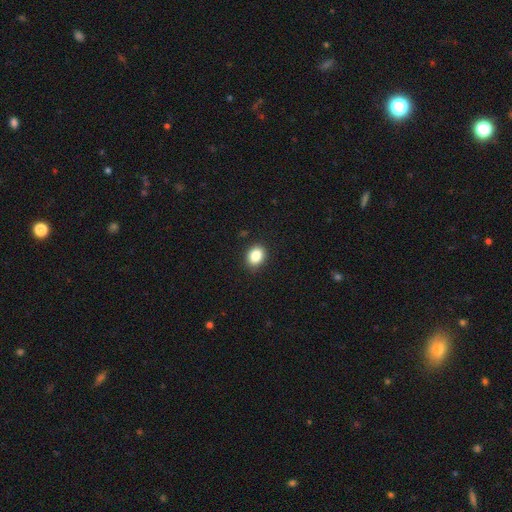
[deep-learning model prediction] The model was most divided on "how rounded": in between: 57%, round: 42%, cigar-shaped: 1%. More confident: merging — none (89%); smooth or featured — smooth (87%).